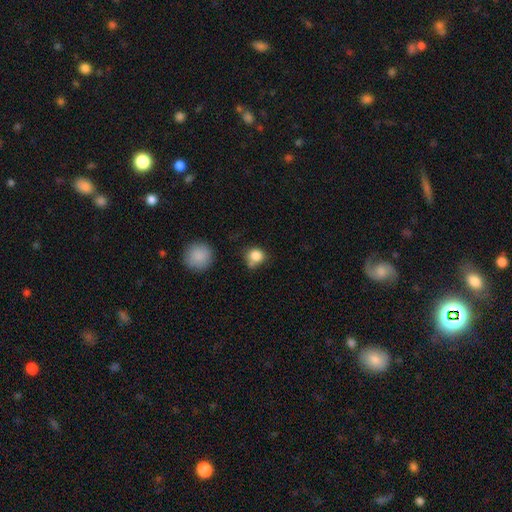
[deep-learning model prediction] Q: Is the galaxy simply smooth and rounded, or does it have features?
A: smooth — 84%.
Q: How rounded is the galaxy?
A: round — 80%.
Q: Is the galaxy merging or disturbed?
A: none — 58%.